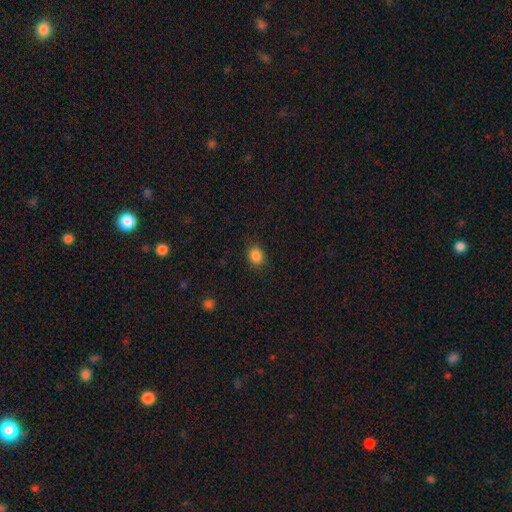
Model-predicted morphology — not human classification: smooth_or_featured: smooth (p=0.86) [alt: star or artifact p=0.11]
how_rounded: round (p=0.62) [alt: in between p=0.37]
merging: none (p=0.86) [alt: minor disturbance p=0.10]